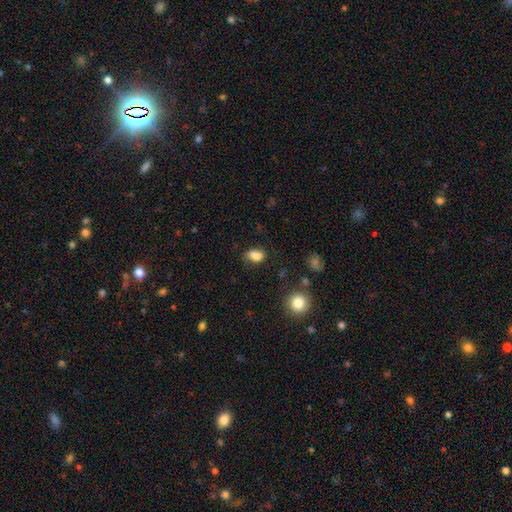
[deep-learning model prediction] smooth_or_featured: smooth (p=0.81) [alt: star or artifact p=0.11]
how_rounded: in between (p=0.76) [alt: round p=0.22]
merging: none (p=0.58) [alt: minor disturbance p=0.24]